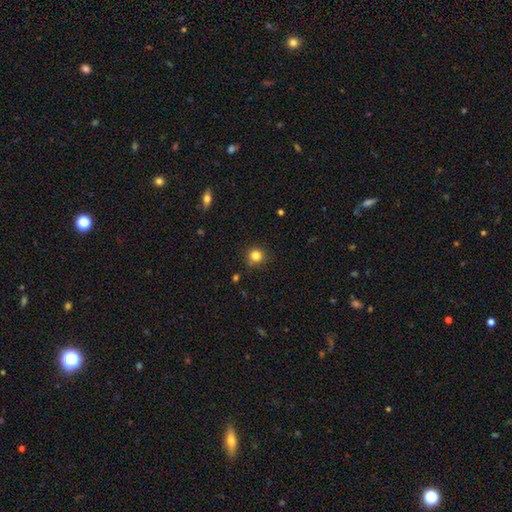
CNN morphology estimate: Smooth or featured: smooth — 82% (star or artifact — 12%)
How rounded: round — 91% (in between — 8%)
Merging: none — 81% (minor disturbance — 13%)